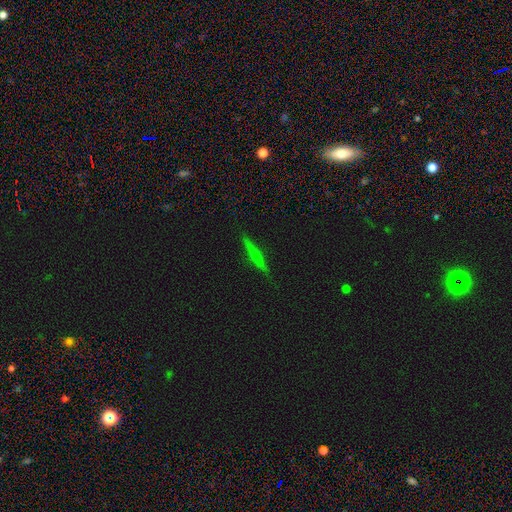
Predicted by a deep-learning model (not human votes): Smooth or featured? featured or disk (47%)
Merging? none (90%)